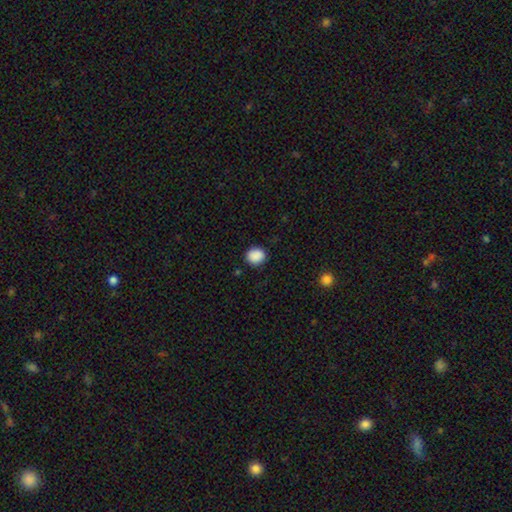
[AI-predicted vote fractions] Smooth or featured? Predicted: smooth (p=0.89). How rounded? Predicted: round (p=0.78). Merging? Predicted: none (p=0.87).